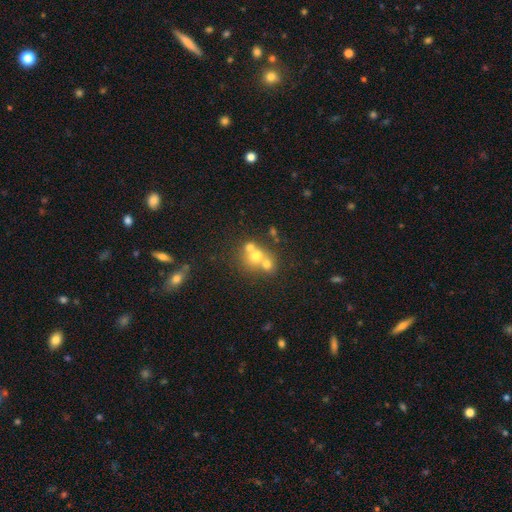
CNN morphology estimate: Overall: smooth (60%; featured or disk 24%). How rounded: round (78%). Merging: merger (57%; none 33%).